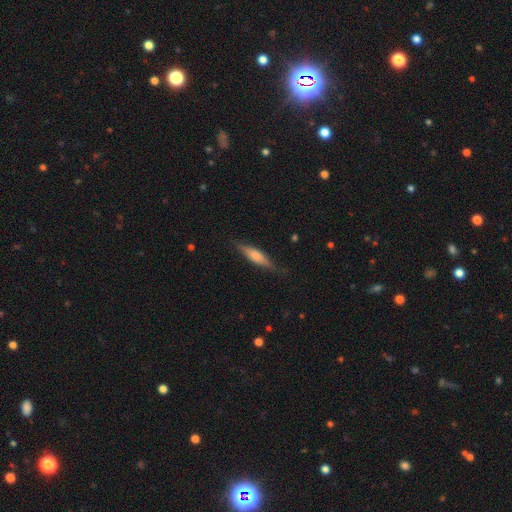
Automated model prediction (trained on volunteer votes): Smooth or featured? Predicted: smooth (p=0.58). How rounded? Predicted: cigar-shaped (p=0.67). Merging? Predicted: none (p=0.79).